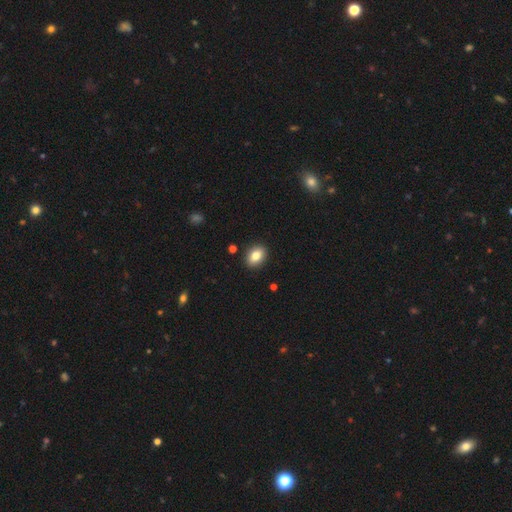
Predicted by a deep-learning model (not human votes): This appears to be a smooth galaxy with no disk features (82%) that is in between round and cigar-shaped (72%). Merging: none (90%).